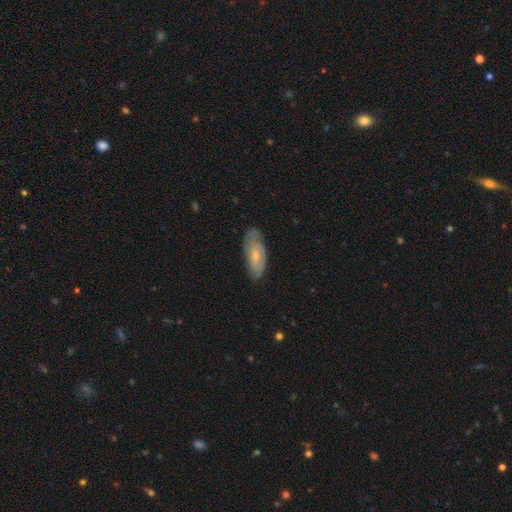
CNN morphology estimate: A smooth galaxy with no disk features (51%) that is in between round and cigar-shaped (81%).

Vote fractions:
- Smooth or featured? smooth: 51% / featured or disk: 43% / star or artifact: 6%
- How rounded? in between: 81% / cigar-shaped: 16% / round: 3%
- Merging? none: 68% / minor disturbance: 25% / major disturbance: 6% / merger: 1%